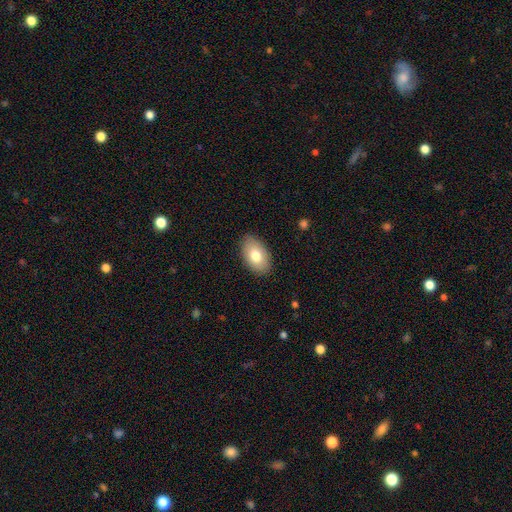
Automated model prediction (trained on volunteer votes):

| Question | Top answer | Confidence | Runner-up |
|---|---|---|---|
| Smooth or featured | smooth | 77% | featured or disk (16%) |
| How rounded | in between | 93% | round (6%) |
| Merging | none | 86% | minor disturbance (11%) |